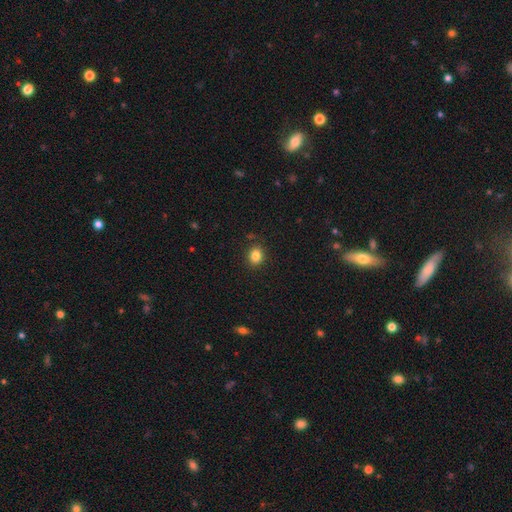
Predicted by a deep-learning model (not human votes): smooth-or-featured: smooth: 84% | star or artifact: 11% | featured or disk: 6%
  how-rounded: round: 58% | in between: 41% | cigar-shaped: 1%
  merging: none: 87% | minor disturbance: 9% | major disturbance: 2% | merger: 2%